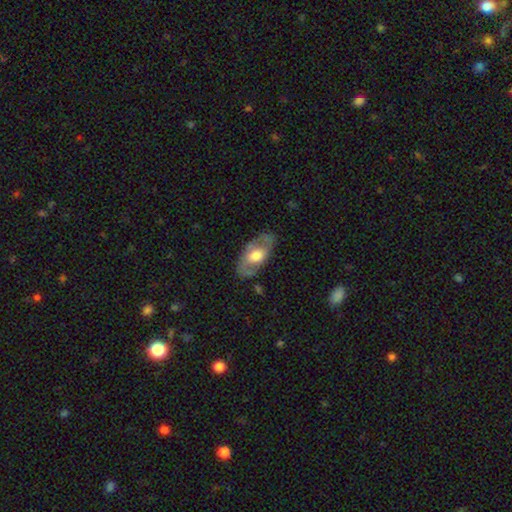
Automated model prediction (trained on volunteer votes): Smooth or featured? featured or disk (59%)
Edge-on disk? no (87%)
Bar? no (65%)
Spiral arms? no (53%)
Bulge size? moderate (51%)
Merging? none (77%)